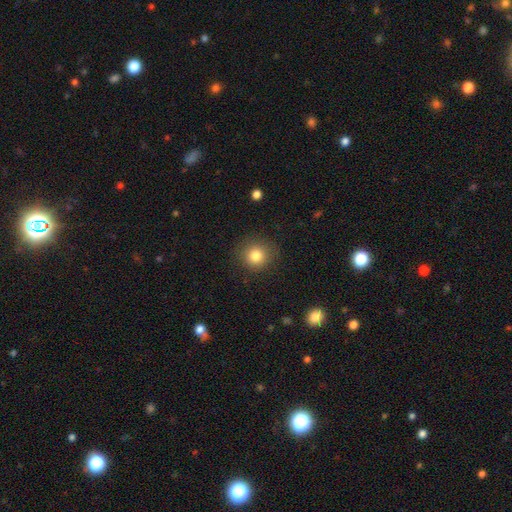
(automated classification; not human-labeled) A smooth galaxy with no disk features (82%) that is round (89%).

Vote fractions:
- Smooth or featured? smooth: 82% / star or artifact: 11% / featured or disk: 7%
- How rounded? round: 89% / in between: 10% / cigar-shaped: 1%
- Merging? none: 87% / minor disturbance: 9% / major disturbance: 3% / merger: 1%